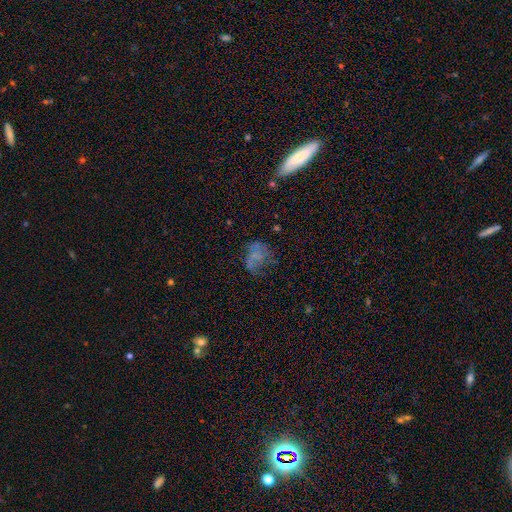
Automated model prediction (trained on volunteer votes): Overall: featured or disk (43%; smooth 40%). Merging: none (40%; major disturbance 34%).